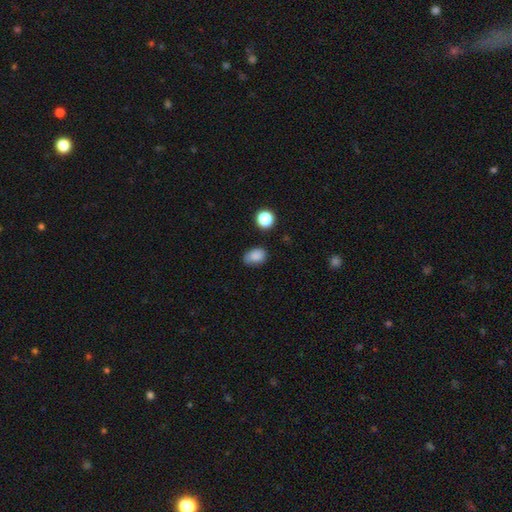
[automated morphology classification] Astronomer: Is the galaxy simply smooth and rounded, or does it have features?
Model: smooth — 85%.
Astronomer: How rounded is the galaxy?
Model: in between — 74%.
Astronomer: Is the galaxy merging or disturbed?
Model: none — 68%.